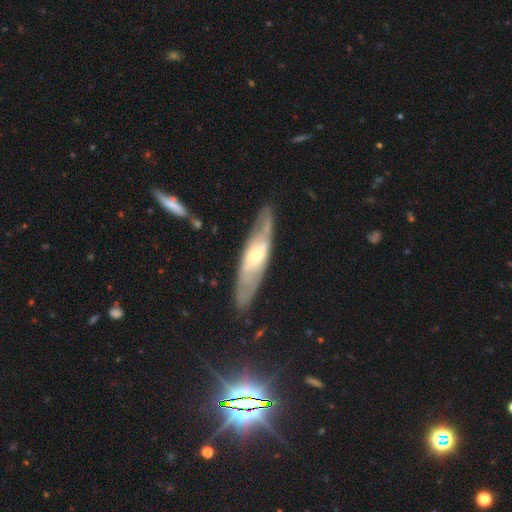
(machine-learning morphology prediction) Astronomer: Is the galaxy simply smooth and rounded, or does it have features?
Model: featured or disk — 63%.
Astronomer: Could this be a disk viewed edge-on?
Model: no — 56% (runner-up: yes, 44%).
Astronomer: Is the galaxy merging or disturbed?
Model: none — 81%.